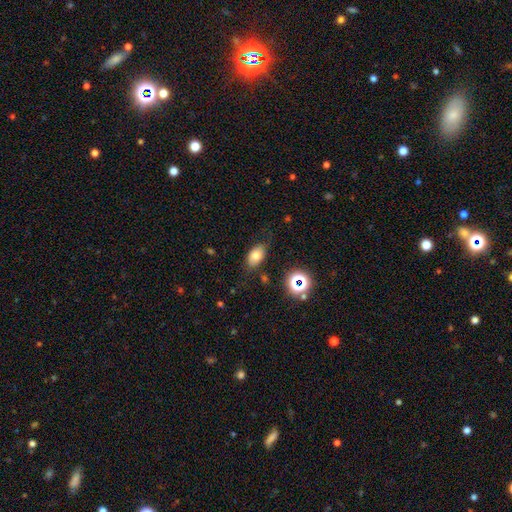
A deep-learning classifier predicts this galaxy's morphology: smooth_or_featured: smooth (p=0.73) [alt: featured or disk p=0.15]
how_rounded: in between (p=0.89) [alt: round p=0.09]
merging: none (p=0.75) [alt: minor disturbance p=0.17]